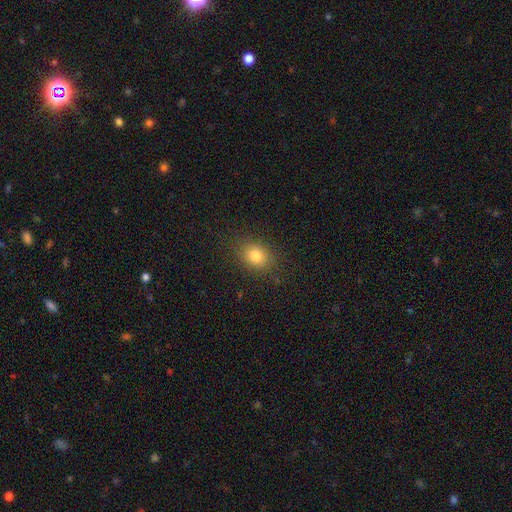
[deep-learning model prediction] Smooth or featured?
  - smooth: 80% *
  - star or artifact: 13%
  - featured or disk: 7%
How rounded?
  - round: 55% *
  - in between: 44%
  - cigar-shaped: 1%
Merging?
  - none: 86% *
  - minor disturbance: 10%
  - major disturbance: 3%
  - merger: 1%